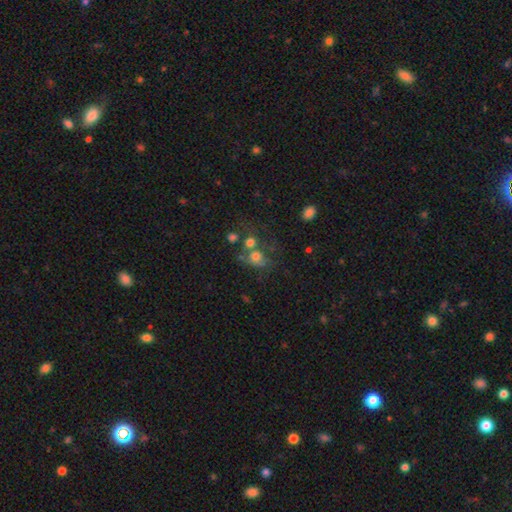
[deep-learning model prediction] smooth_or_featured: smooth (p=0.65) [alt: featured or disk p=0.20]
how_rounded: round (p=0.68) [alt: in between p=0.31]
merging: merger (p=0.38) [alt: none p=0.36]